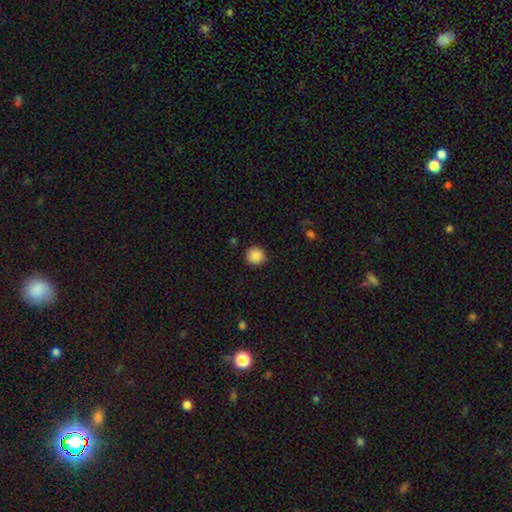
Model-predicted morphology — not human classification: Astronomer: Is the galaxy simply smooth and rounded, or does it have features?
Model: smooth — 89%.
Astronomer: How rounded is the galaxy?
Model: round — 93%.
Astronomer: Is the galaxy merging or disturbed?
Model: none — 92%.